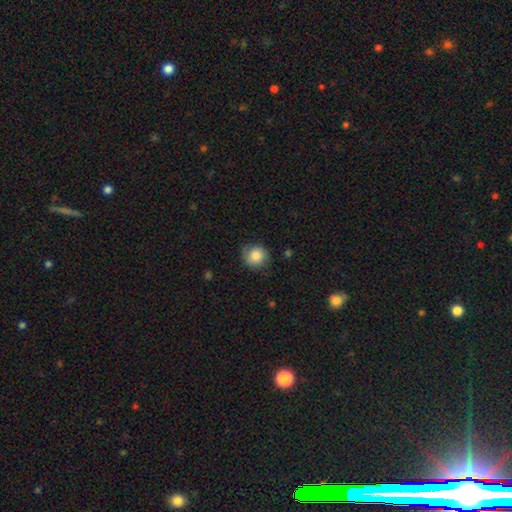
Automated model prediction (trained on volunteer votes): A smooth galaxy with no disk features (83%) that is round (87%). Merging: none (75%).